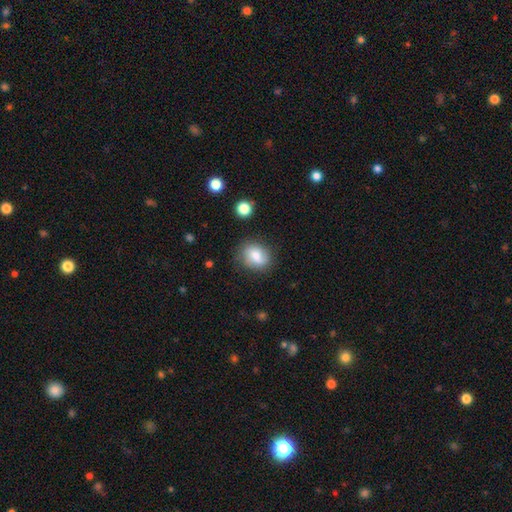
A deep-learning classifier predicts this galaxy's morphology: The model was most divided on "how rounded": in between: 50%, round: 49%, cigar-shaped: 1%. More confident: merging — none (72%); smooth or featured — smooth (70%).